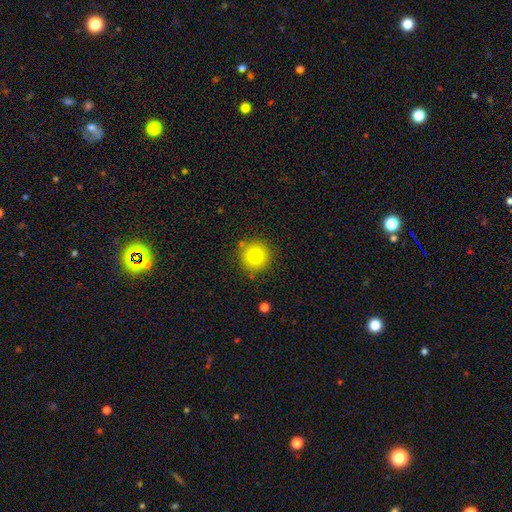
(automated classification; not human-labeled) smooth-or-featured: smooth: 82% | star or artifact: 10% | featured or disk: 7%
  how-rounded: round: 94% | in between: 5% | cigar-shaped: 1%
  merging: none: 85% | minor disturbance: 9% | merger: 4% | major disturbance: 3%